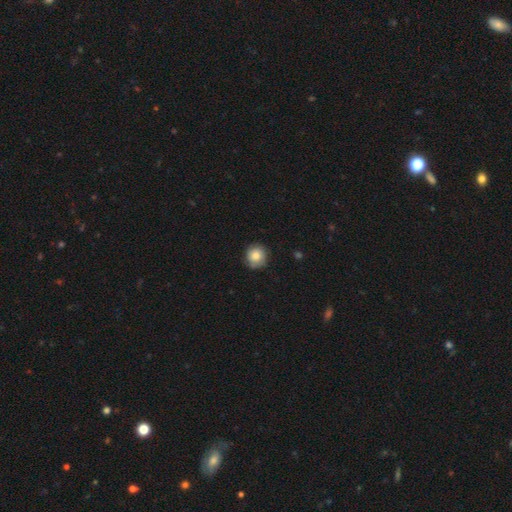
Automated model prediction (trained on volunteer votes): smooth-or-featured: smooth: 82% | featured or disk: 10% | star or artifact: 8%
  how-rounded: round: 89% | in between: 10% | cigar-shaped: 1%
  merging: none: 82% | minor disturbance: 14% | major disturbance: 3% | merger: 1%